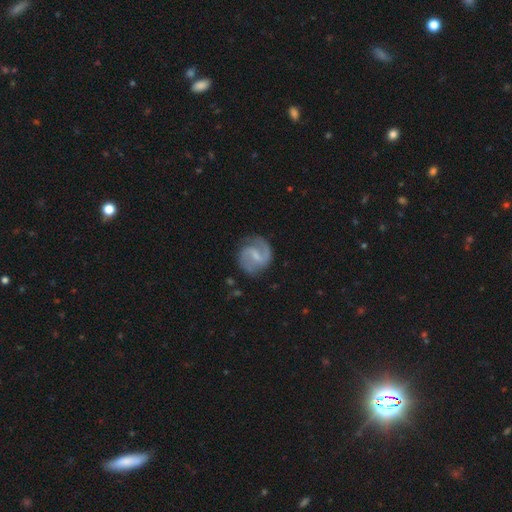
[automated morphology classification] Overall: featured or disk (82%). Edge-on disk: no (98%). Bar: weak (56%; strong 29%). Spiral arms: yes (95%). Spiral arm count: 2 (88%). Spiral winding: medium (54%; loose 23%). Bulge size: small (48%; none 25%). Merging: none (77%).